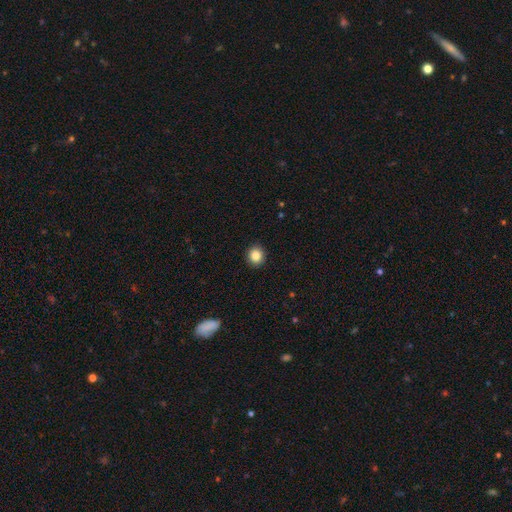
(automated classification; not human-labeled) This appears to be a smooth galaxy with no disk features (86%) that is round (86%). Merging: none (91%).